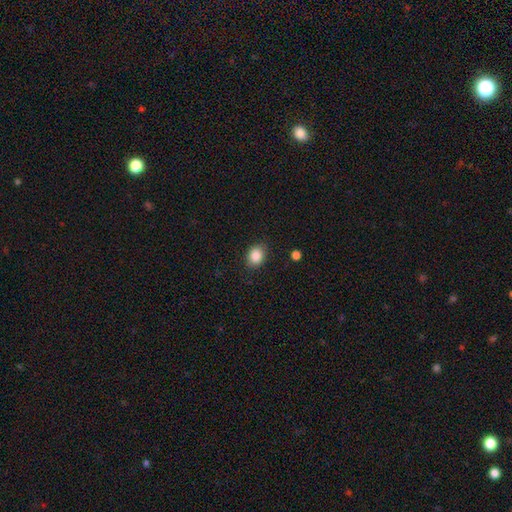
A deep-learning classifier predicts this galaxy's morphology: Q: Smooth or featured?
A: smooth (87%); runner-up: star or artifact (9%)
Q: How rounded?
A: in between (56%); runner-up: round (43%)
Q: Merging?
A: none (85%); runner-up: minor disturbance (11%)